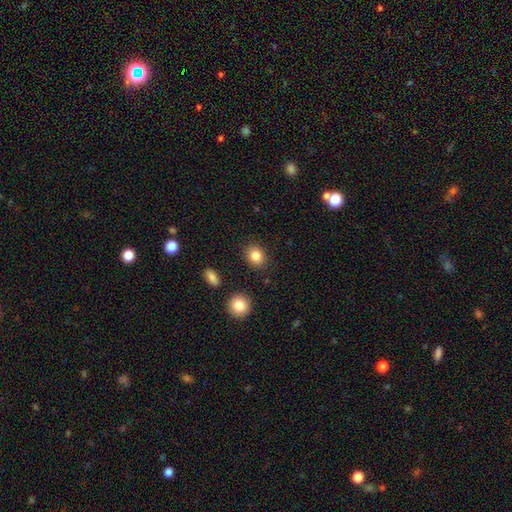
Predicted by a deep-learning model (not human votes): Smooth or featured? Predicted: smooth (p=0.84). How rounded? Predicted: round (p=0.59). Merging? Predicted: none (p=0.87).